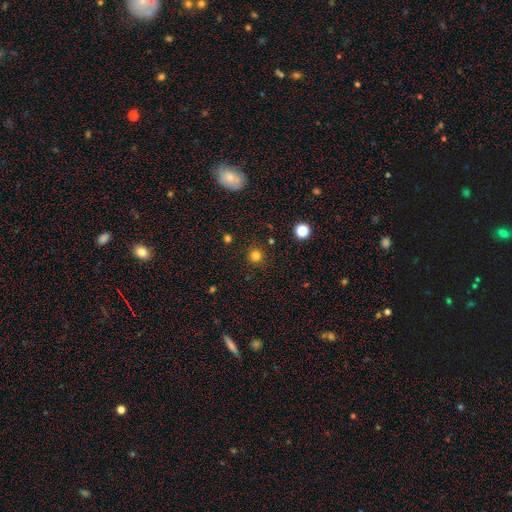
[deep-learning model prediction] smooth_or_featured: smooth (p=0.81) [alt: star or artifact p=0.15]
how_rounded: round (p=0.95) [alt: in between p=0.04]
merging: none (p=0.91) [alt: minor disturbance p=0.06]